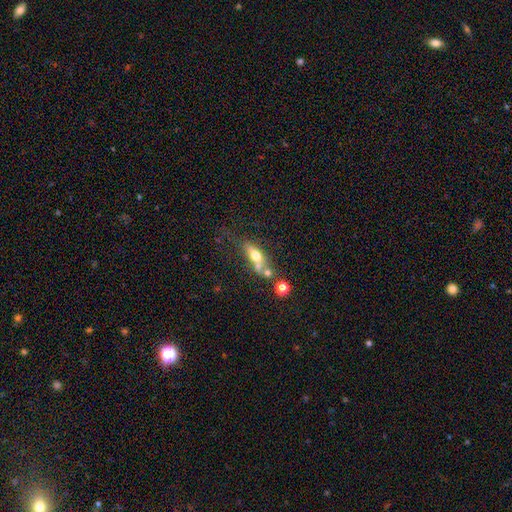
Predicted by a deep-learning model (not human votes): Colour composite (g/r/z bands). It shows a smooth galaxy with no disk features (56%) that is in between round and cigar-shaped (59%). Merging: none (38%).